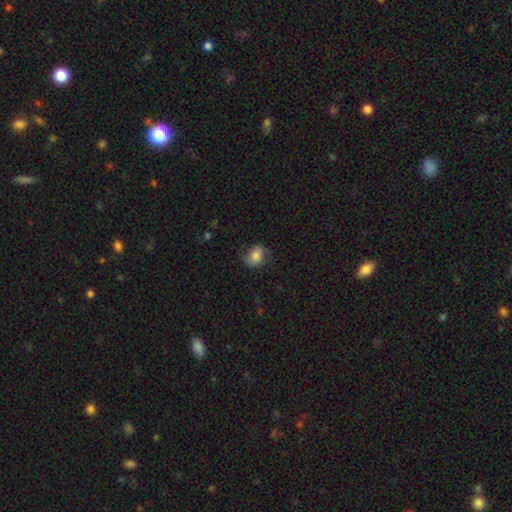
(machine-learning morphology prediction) Smooth or featured: smooth — 70% (featured or disk — 21%)
How rounded: in between — 65% (round — 34%)
Merging: none — 70% (minor disturbance — 20%)